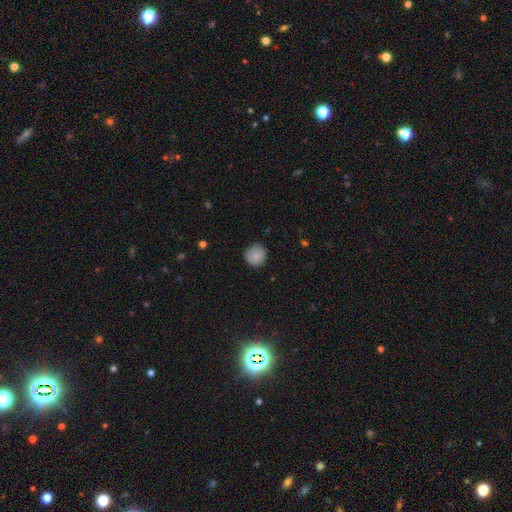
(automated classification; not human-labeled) Smooth or featured: smooth — 84% (featured or disk — 8%)
How rounded: round — 91% (in between — 8%)
Merging: none — 81% (minor disturbance — 16%)